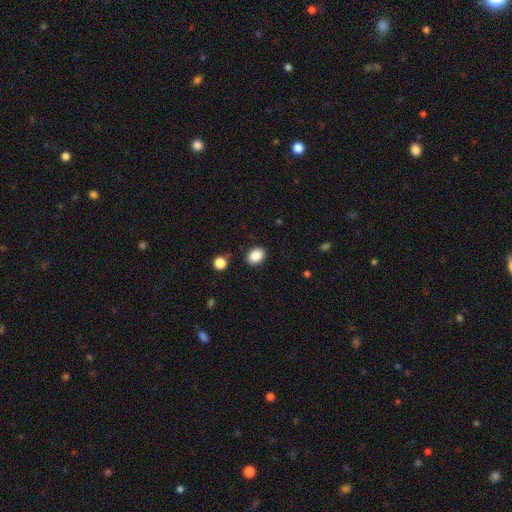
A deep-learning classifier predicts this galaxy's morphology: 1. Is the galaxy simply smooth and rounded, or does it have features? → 87% smooth, 9% star or artifact, 4% featured or disk.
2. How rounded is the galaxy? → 63% in between, 36% round, 1% cigar-shaped.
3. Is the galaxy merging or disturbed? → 87% none, 8% minor disturbance, 2% major disturbance, 2% merger.